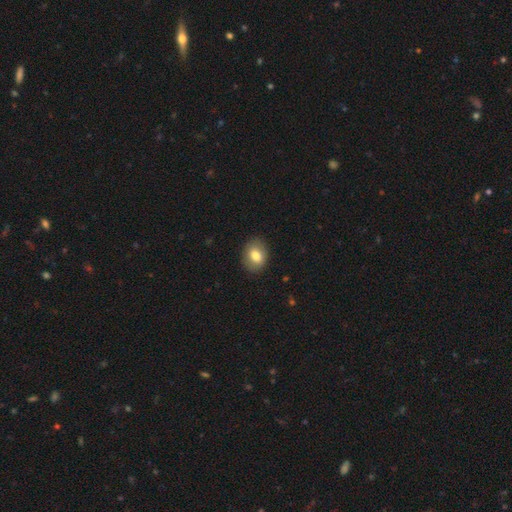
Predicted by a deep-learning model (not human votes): A smooth galaxy with no disk features (79%) that is in between round and cigar-shaped (59%). Merging: none (86%).